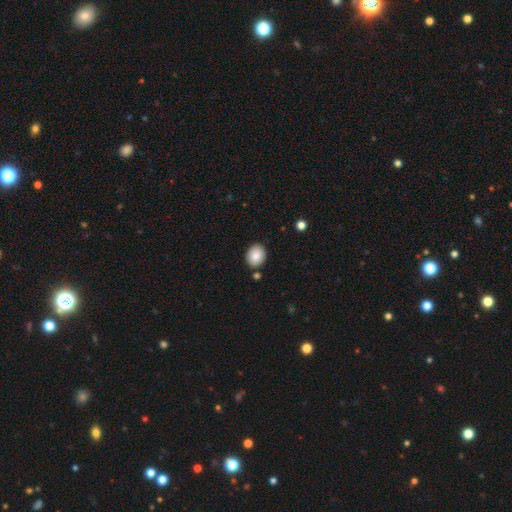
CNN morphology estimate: Smooth or featured? smooth (87%)
How rounded? round (50%, tied with in between)
Merging? none (84%)